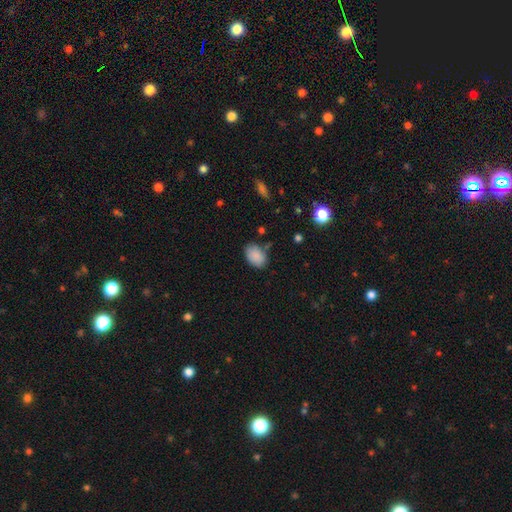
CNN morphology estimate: The model was most divided on "merging": none: 75%, minor disturbance: 18%, major disturbance: 4%, merger: 3%. More confident: smooth or featured — smooth (88%); how rounded — in between (83%).